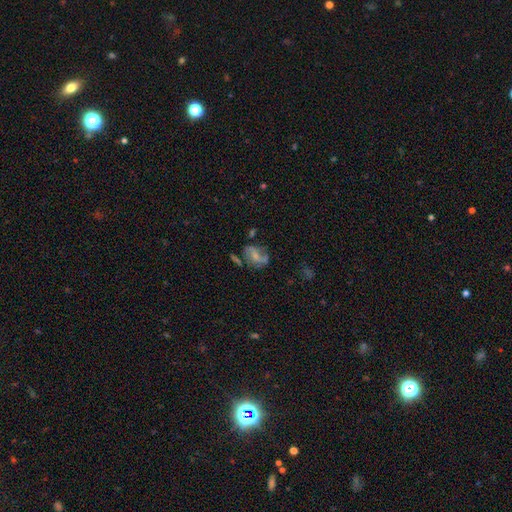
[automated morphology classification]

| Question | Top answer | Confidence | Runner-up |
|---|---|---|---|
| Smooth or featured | featured or disk | 58% | smooth (32%) |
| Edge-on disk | no | 97% | yes (3%) |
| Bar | no | 46% | weak (40%) |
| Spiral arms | yes | 74% | no (26%) |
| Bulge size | small | 35% | none (31%) |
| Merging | none | 45% | minor disturbance (24%) |